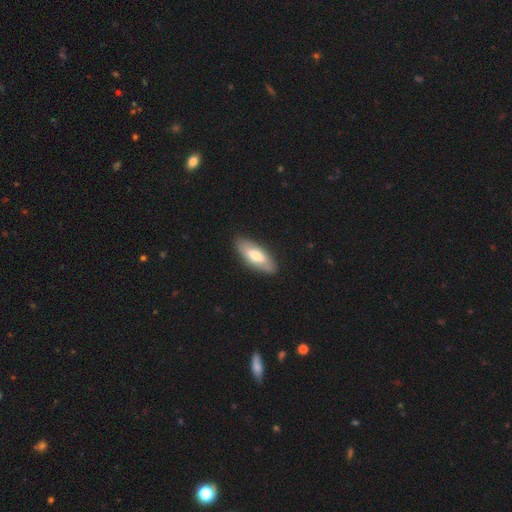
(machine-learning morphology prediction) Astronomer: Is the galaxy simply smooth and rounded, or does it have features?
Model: smooth — 60% (runner-up: featured or disk, 35%).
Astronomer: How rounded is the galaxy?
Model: in between — 78%.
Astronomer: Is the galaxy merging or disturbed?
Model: none — 87%.